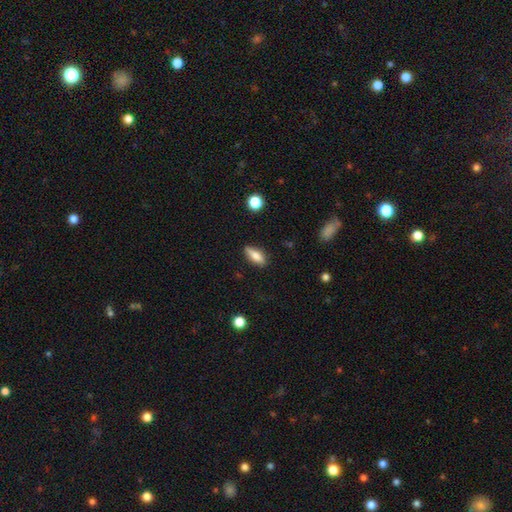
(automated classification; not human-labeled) smooth_or_featured: smooth (p=0.69) [alt: featured or disk p=0.23]
how_rounded: in between (p=0.59) [alt: cigar-shaped p=0.37]
merging: none (p=0.81) [alt: minor disturbance p=0.14]